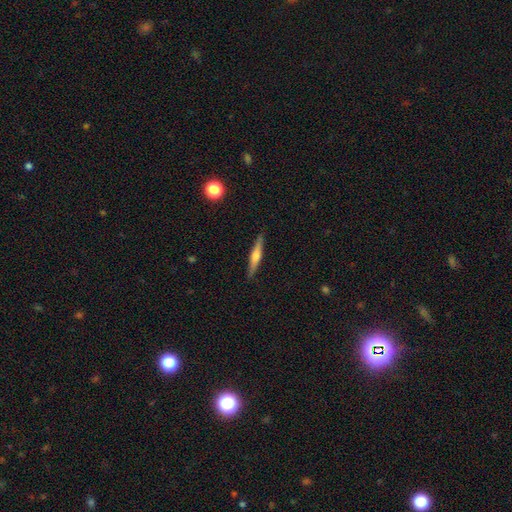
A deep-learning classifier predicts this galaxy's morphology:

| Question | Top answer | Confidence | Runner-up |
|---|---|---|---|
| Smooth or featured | featured or disk | 56% | smooth (38%) |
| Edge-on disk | yes | 97% | no (3%) |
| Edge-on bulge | rounded | 80% | none (10%) |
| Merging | none | 90% | minor disturbance (7%) |